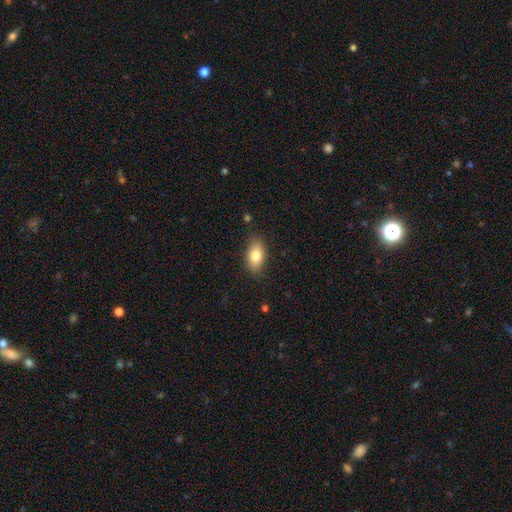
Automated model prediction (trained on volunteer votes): A smooth galaxy with no disk features (82%) that is in between round and cigar-shaped (89%). Merging: none (83%).